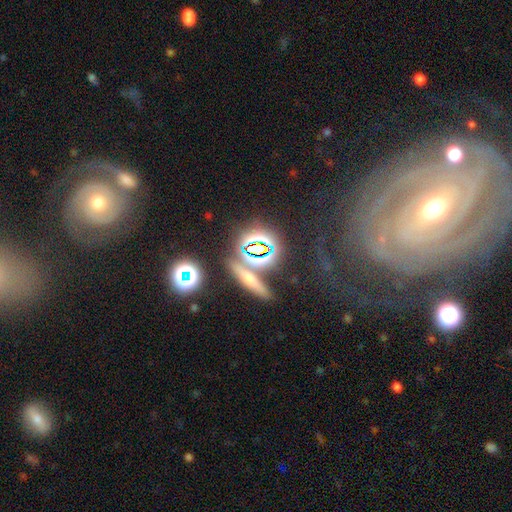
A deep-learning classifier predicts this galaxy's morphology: type=star or artifact (44%).